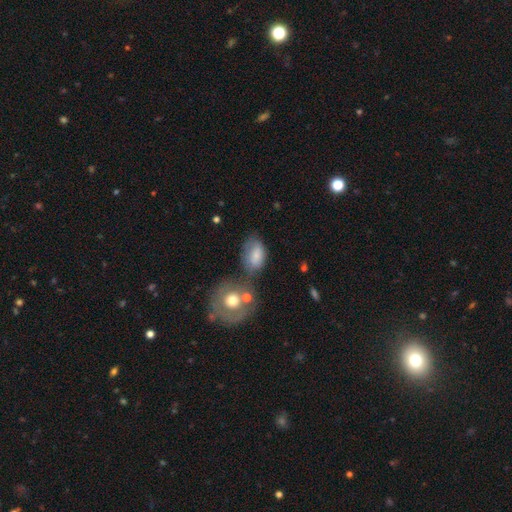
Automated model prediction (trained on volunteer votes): This appears to be a smooth galaxy with no disk features (73%) that is in between round and cigar-shaped (85%). Merging: none (46%).